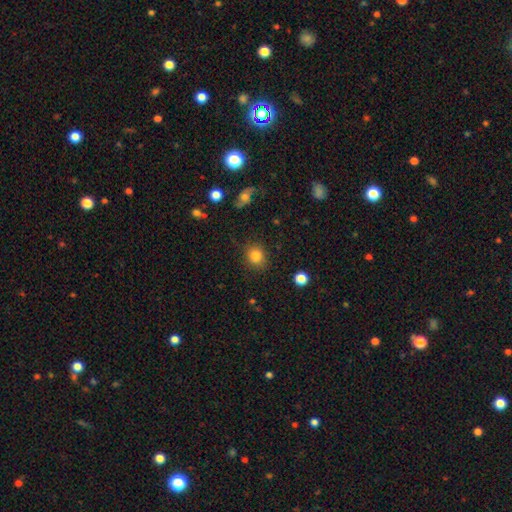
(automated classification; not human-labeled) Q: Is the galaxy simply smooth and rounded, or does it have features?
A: smooth — 83%.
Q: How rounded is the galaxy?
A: round — 73%.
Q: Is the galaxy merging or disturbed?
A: none — 85%.